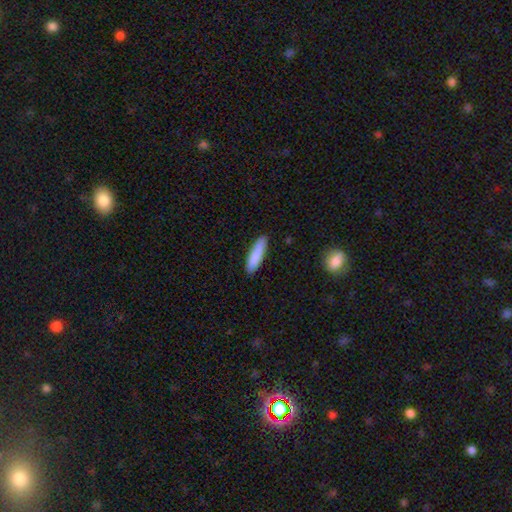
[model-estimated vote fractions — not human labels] This is clearly a smooth galaxy (87%). How rounded: likely cigar-shaped (78%). Merging: clearly none (89%).